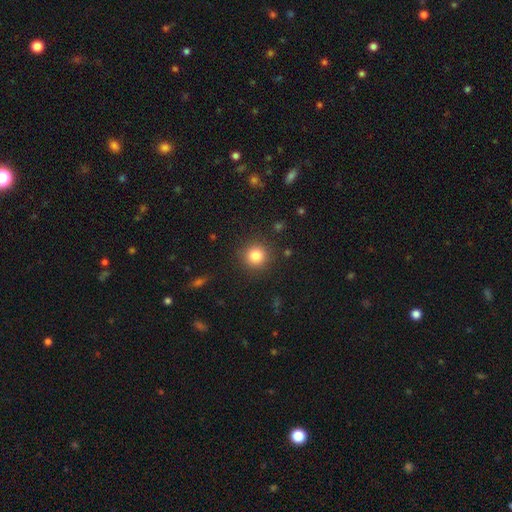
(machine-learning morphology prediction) A smooth galaxy with no disk features (83%) that is round (93%). Merging: none (89%).